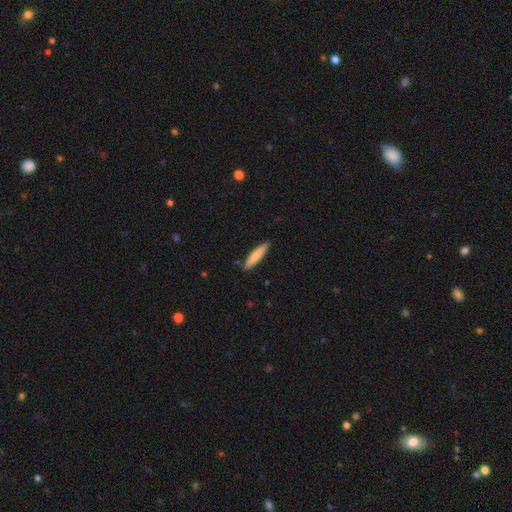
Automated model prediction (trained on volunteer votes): This is likely a smooth galaxy (75%). How rounded: clearly cigar-shaped (88%). Merging: clearly none (88%).